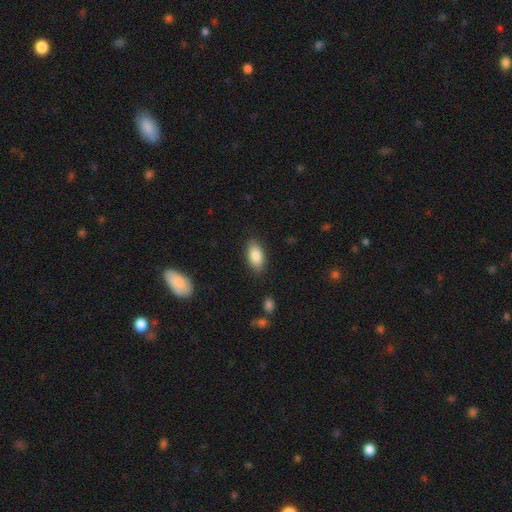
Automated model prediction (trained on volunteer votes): Overall: smooth (85%). How rounded: in between (91%). Merging: none (84%).